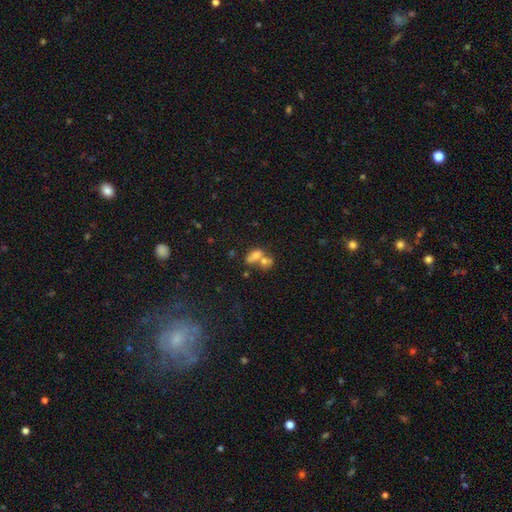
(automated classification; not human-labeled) This appears to be a smooth galaxy with no disk features (66%) that is in between round and cigar-shaped (74%). Merging: merger (63%).